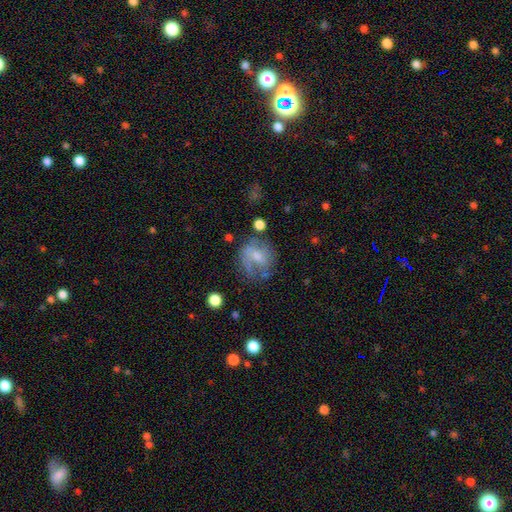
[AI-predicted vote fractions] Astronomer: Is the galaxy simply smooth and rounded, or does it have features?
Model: smooth — 50% (runner-up: featured or disk, 41%).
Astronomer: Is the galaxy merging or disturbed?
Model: none — 45% (runner-up: minor disturbance, 25%).